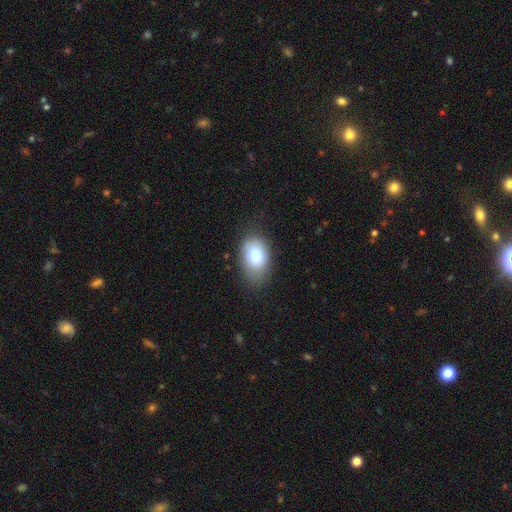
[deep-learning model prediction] Smooth or featured? Predicted: smooth (p=0.81). How rounded? Predicted: in between (p=0.87). Merging? Predicted: none (p=0.71).